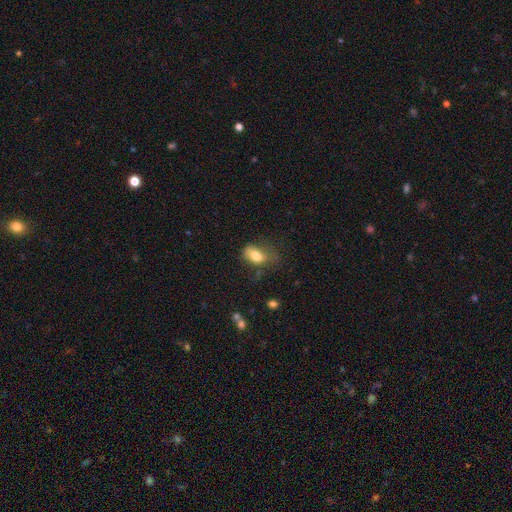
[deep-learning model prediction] Smooth or featured? smooth (77%)
How rounded? in between (85%)
Merging? none (39%)